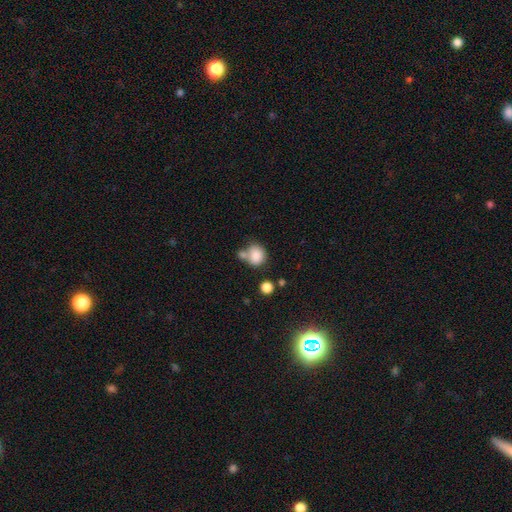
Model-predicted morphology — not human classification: Q: Smooth or featured?
A: smooth (83%); runner-up: star or artifact (9%)
Q: How rounded?
A: round (76%); runner-up: in between (23%)
Q: Merging?
A: none (47%); runner-up: merger (33%)